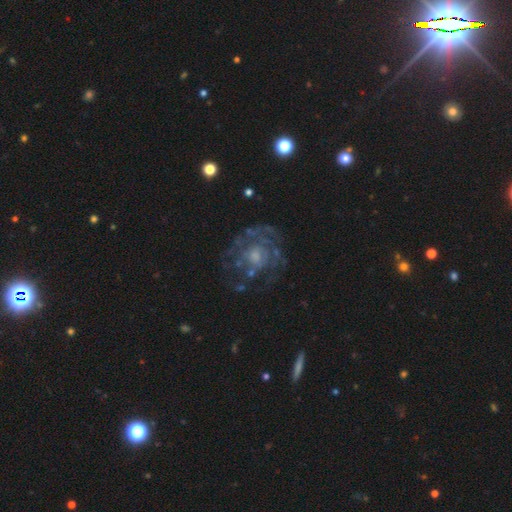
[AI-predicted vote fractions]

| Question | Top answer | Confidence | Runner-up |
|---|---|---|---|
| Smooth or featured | featured or disk | 73% | smooth (18%) |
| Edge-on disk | no | 98% | yes (2%) |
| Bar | no | 80% | weak (17%) |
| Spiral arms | yes | 55% | no (45%) |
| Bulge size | moderate | 43% | small (37%) |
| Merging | none | 60% | major disturbance (19%) |